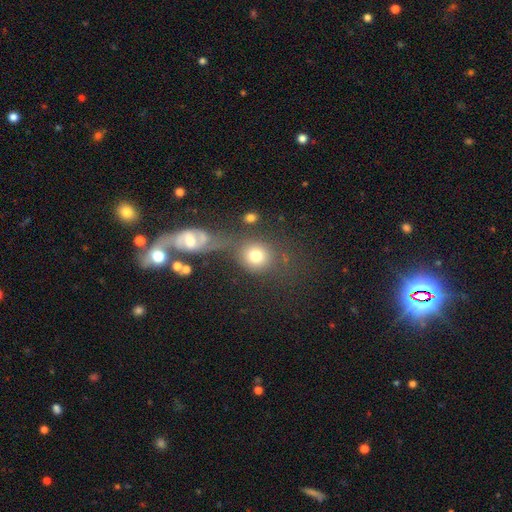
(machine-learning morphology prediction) Smooth or featured? smooth (75%)
How rounded? round (78%)
Merging? none (49%)